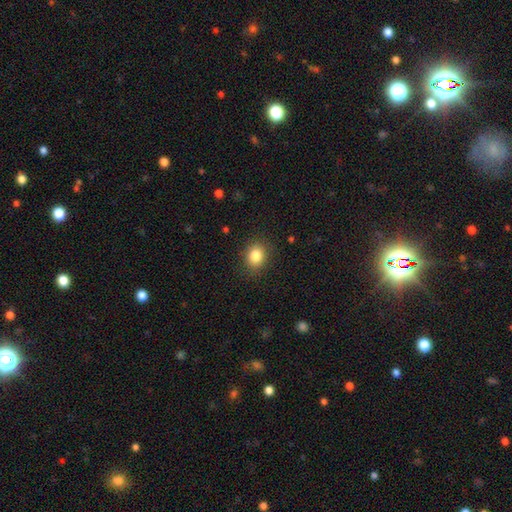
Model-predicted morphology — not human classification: Overall: smooth (84%). How rounded: round (61%; in between 38%). Merging: none (86%).